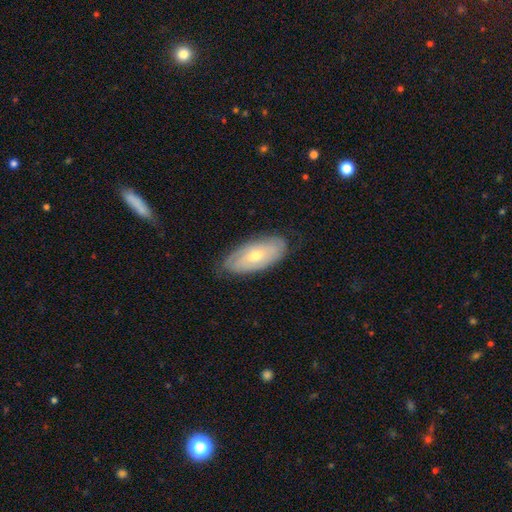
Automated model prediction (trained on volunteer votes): This appears to be a featured or disk galaxy (55%). Merging: none (78%).